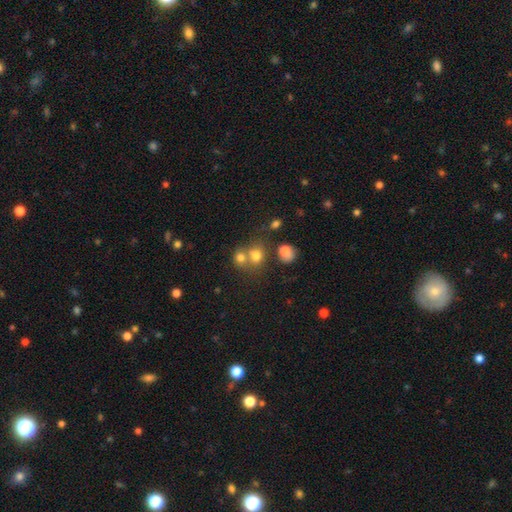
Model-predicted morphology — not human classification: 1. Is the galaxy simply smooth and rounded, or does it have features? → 74% smooth, 15% star or artifact, 11% featured or disk.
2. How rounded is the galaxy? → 77% round, 22% in between, 1% cigar-shaped.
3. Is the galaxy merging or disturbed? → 46% merger, 43% none, 8% minor disturbance, 4% major disturbance.